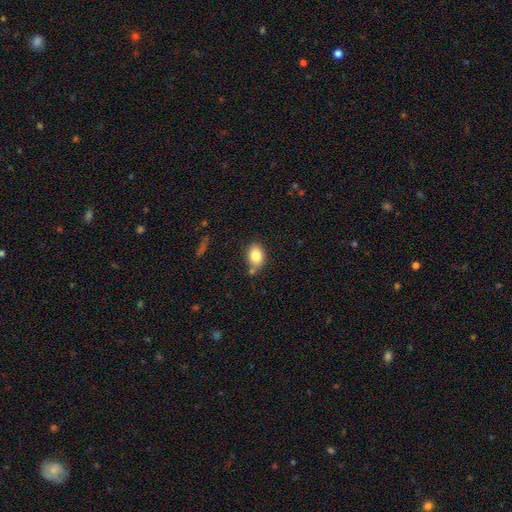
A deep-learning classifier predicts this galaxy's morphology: smooth_or_featured: smooth (p=0.84) [alt: star or artifact p=0.08]
how_rounded: in between (p=0.78) [alt: round p=0.21]
merging: none (p=0.74) [alt: minor disturbance p=0.14]